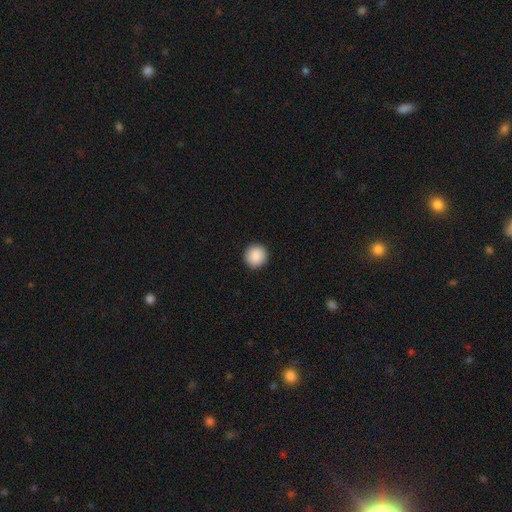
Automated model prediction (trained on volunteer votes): Smooth or featured: smooth — 90% (star or artifact — 8%)
How rounded: round — 95% (in between — 4%)
Merging: none — 93% (minor disturbance — 4%)